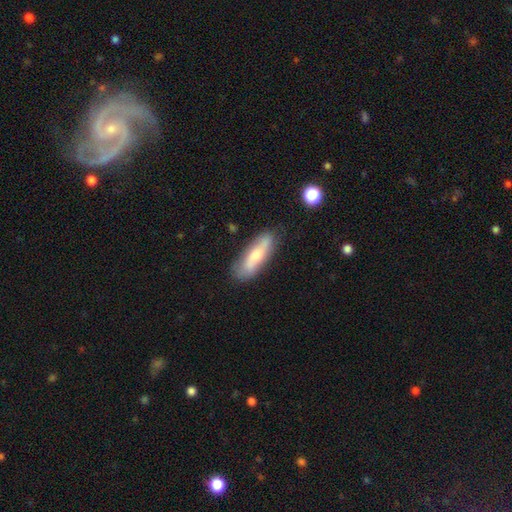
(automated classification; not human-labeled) Morphology: type=smooth (58%); roundness=in between (51%); merging=none (78%).